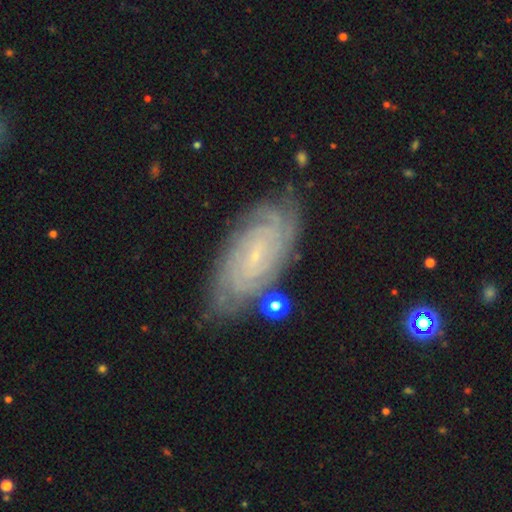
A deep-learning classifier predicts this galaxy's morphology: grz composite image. It shows a featured or disk galaxy (85%) with no bar (57%), tight (82%) spiral arms (98%) and a small central bulge (86%). Merging: none (77%).